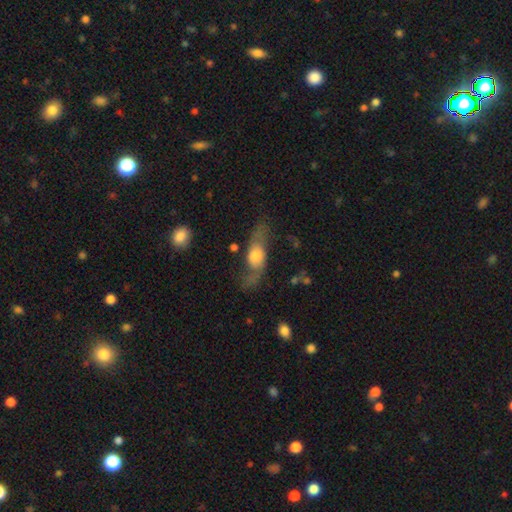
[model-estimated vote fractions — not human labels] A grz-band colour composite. It shows a featured or disk galaxy (57%). Merging: none (51%).